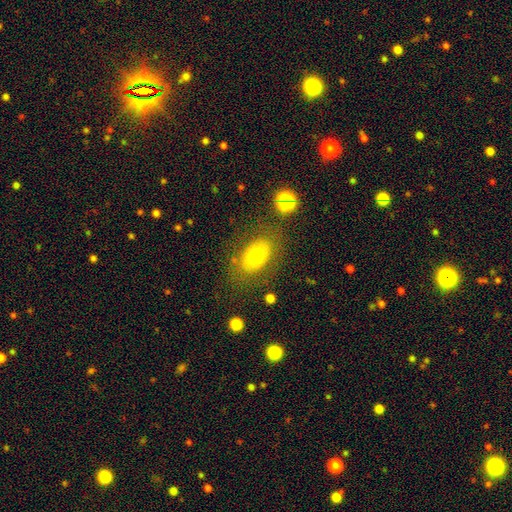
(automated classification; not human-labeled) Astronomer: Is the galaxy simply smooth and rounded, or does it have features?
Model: smooth — 69%.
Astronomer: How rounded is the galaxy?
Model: in between — 81%.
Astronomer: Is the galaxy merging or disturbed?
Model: none — 75%.